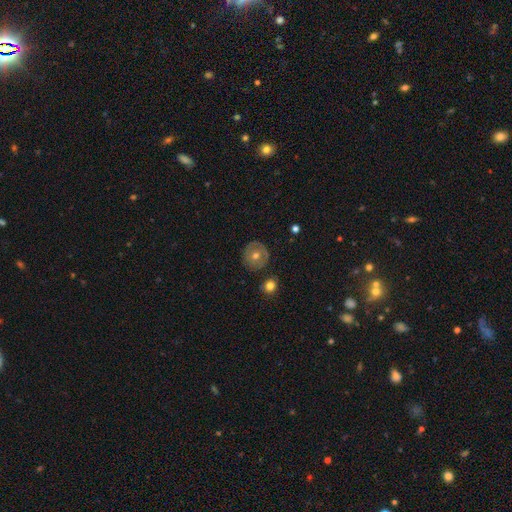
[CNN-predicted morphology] smooth-or-featured: smooth: 51% | featured or disk: 40% | star or artifact: 9%
  how-rounded: round: 93% | in between: 6% | cigar-shaped: 1%
  merging: none: 86% | minor disturbance: 9% | major disturbance: 3% | merger: 2%